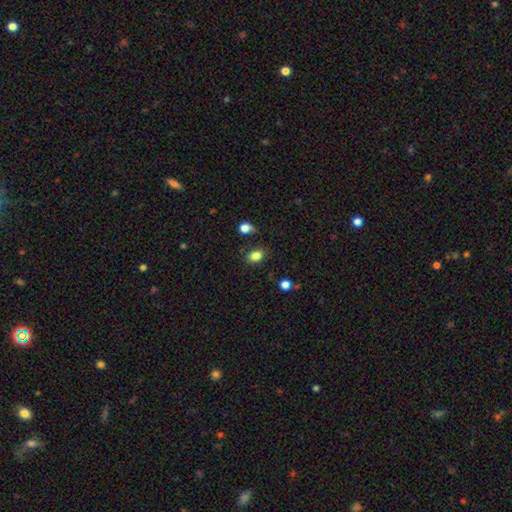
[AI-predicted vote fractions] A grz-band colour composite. It shows a smooth galaxy with no disk features (84%) that is in between round and cigar-shaped (70%). Merging: none (76%).